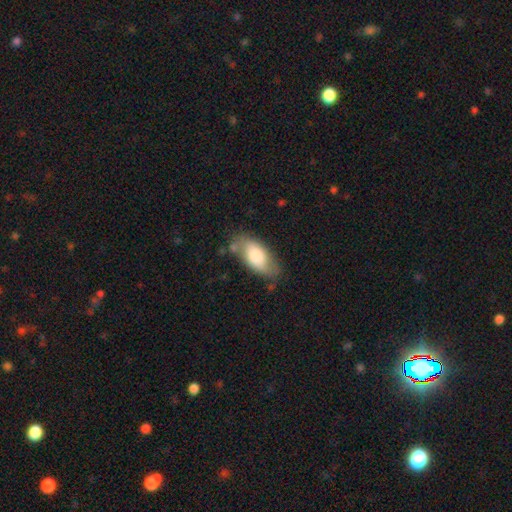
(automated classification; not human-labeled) This is likely a smooth galaxy (76%). How rounded: clearly in between (90%). Merging: likely none (66%).